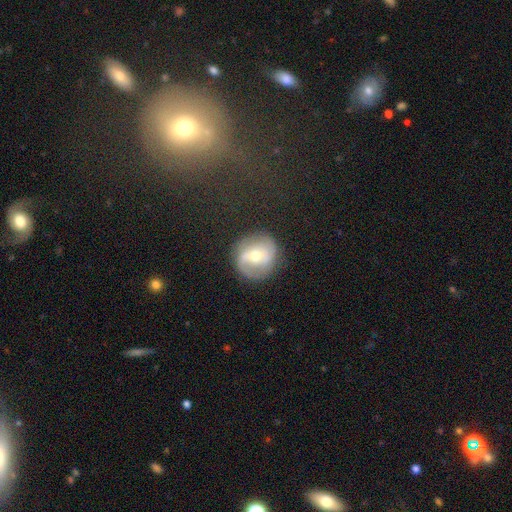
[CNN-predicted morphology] Q: Smooth or featured?
A: featured or disk (65%); runner-up: smooth (27%)
Q: Edge-on disk?
A: no (96%); runner-up: yes (4%)
Q: Bar?
A: weak (41%); runner-up: no (34%)
Q: Spiral arms?
A: yes (77%); runner-up: no (23%)
Q: Bulge size?
A: moderate (65%); runner-up: small (29%)
Q: Merging?
A: none (79%); runner-up: minor disturbance (13%)